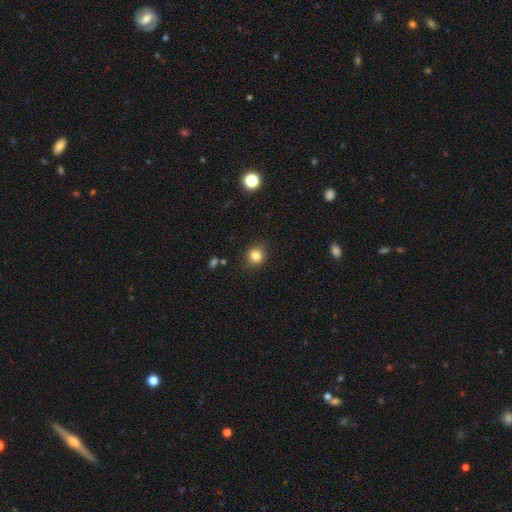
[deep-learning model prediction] smooth 83%, star or artifact 12%, featured or disk 5%. Down the decision tree: how rounded — round (83%); merging — none (87%).